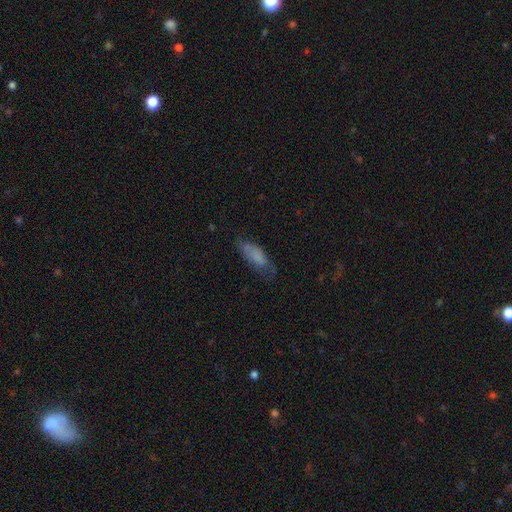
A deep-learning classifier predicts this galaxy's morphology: smooth-or-featured: smooth: 72% | featured or disk: 19% | star or artifact: 9%
  how-rounded: in between: 66% | cigar-shaped: 32% | round: 2%
  merging: none: 55% | minor disturbance: 29% | major disturbance: 14% | merger: 2%